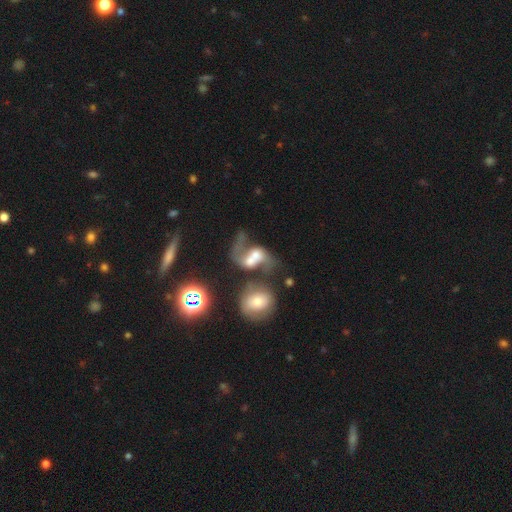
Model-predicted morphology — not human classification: smooth_or_featured: featured or disk (p=0.60) [alt: smooth p=0.29]
disk_edge_on: no (p=0.96) [alt: yes p=0.04]
bar: no (p=0.58) [alt: weak p=0.30]
has_spiral_arms: yes (p=0.71) [alt: no p=0.29]
bulge_size: moderate (p=0.44) [alt: large p=0.21]
merging: merger (p=0.64) [alt: major disturbance p=0.15]